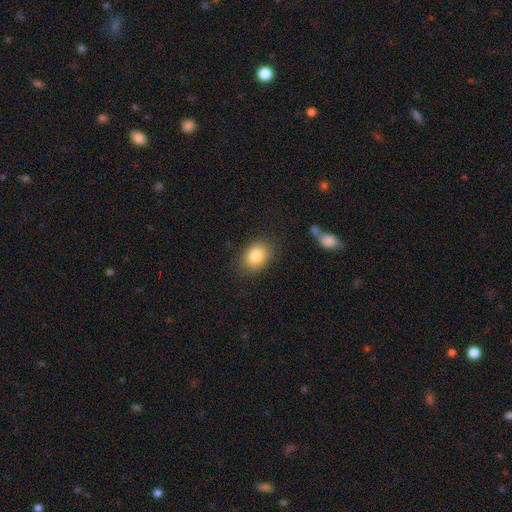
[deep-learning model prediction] smooth-or-featured: smooth: 83% | star or artifact: 9% | featured or disk: 9%
  how-rounded: in between: 63% | round: 36% | cigar-shaped: 1%
  merging: none: 83% | minor disturbance: 12% | major disturbance: 3% | merger: 2%